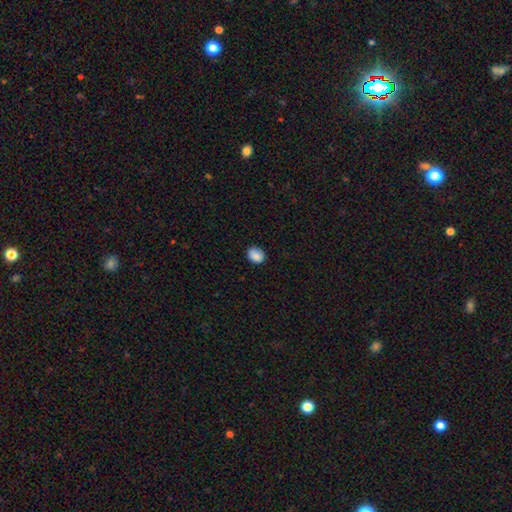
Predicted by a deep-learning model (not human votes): A smooth galaxy with no disk features (87%) that is in between round and cigar-shaped (54%). Merging: none (82%).